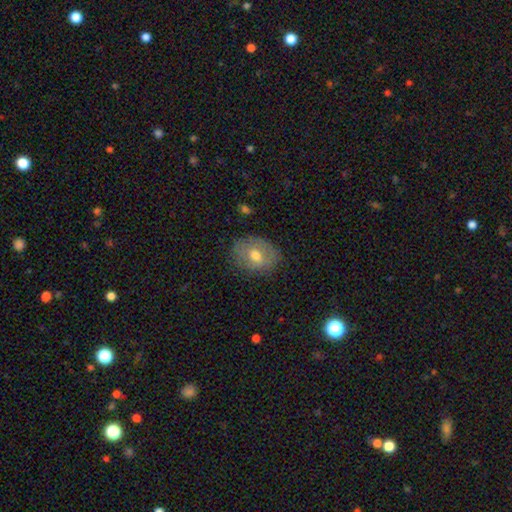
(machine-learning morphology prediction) A smooth galaxy with no disk features (60%) that is in between round and cigar-shaped (59%). Merging: none (76%).